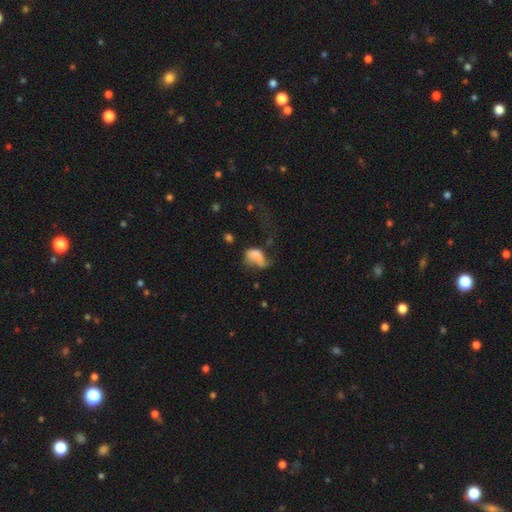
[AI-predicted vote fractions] A smooth galaxy with no disk features (60%) that is in between round and cigar-shaped (83%). Merging: major disturbance (53%).